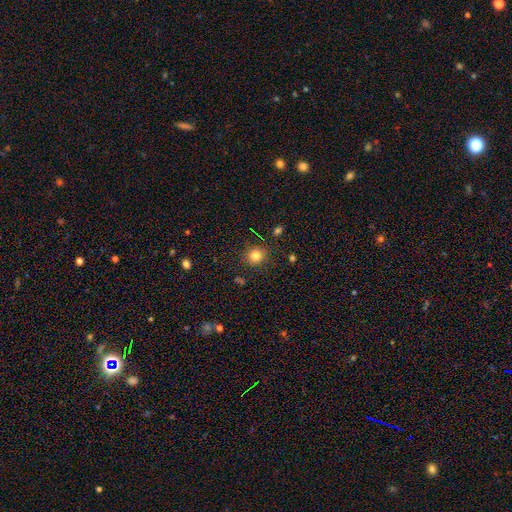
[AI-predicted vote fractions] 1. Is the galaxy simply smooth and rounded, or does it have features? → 81% smooth, 13% star or artifact, 6% featured or disk.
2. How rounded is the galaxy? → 89% round, 10% in between, 1% cigar-shaped.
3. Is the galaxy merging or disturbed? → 88% none, 8% minor disturbance, 2% major disturbance, 2% merger.